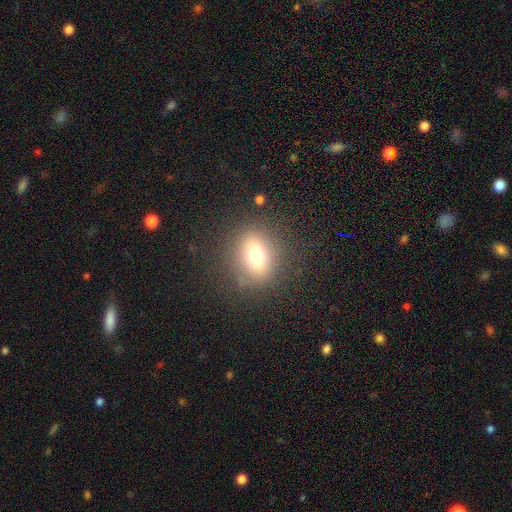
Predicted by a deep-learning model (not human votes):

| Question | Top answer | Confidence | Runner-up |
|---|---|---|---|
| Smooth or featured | smooth | 67% | featured or disk (17%) |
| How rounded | round | 66% | in between (33%) |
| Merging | none | 81% | minor disturbance (11%) |